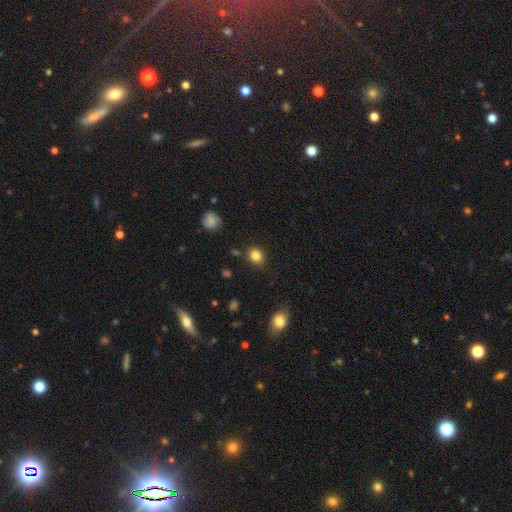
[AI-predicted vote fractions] Smooth or featured: smooth — 84% (star or artifact — 11%)
How rounded: round — 66% (in between — 33%)
Merging: none — 85% (minor disturbance — 10%)